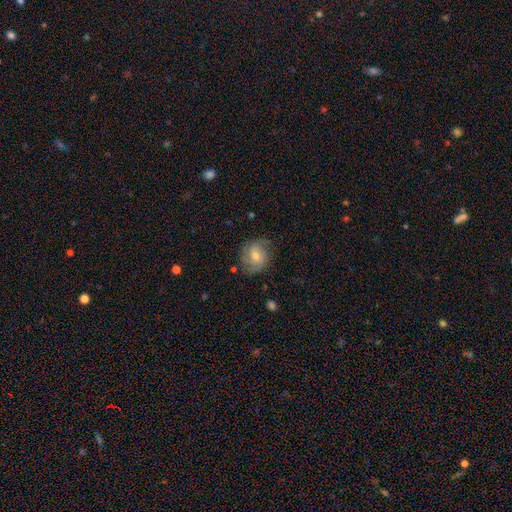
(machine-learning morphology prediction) smooth_or_featured: smooth (p=0.53) [alt: featured or disk p=0.39]
how_rounded: round (p=0.72) [alt: in between p=0.27]
merging: none (p=0.69) [alt: minor disturbance p=0.22]